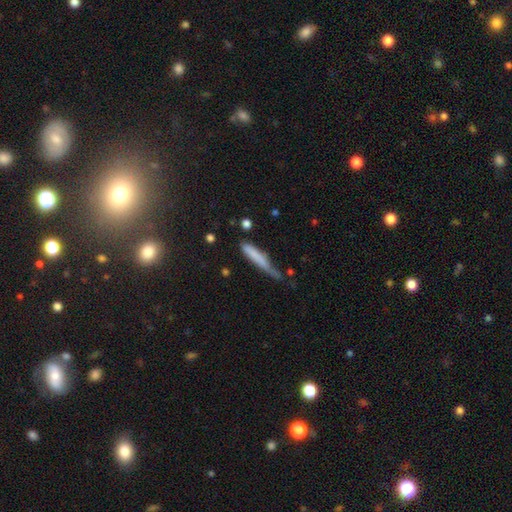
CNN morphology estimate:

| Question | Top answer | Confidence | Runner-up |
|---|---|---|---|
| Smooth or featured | smooth | 70% | featured or disk (23%) |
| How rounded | cigar-shaped | 90% | in between (9%) |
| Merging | none | 39% | minor disturbance (37%) |